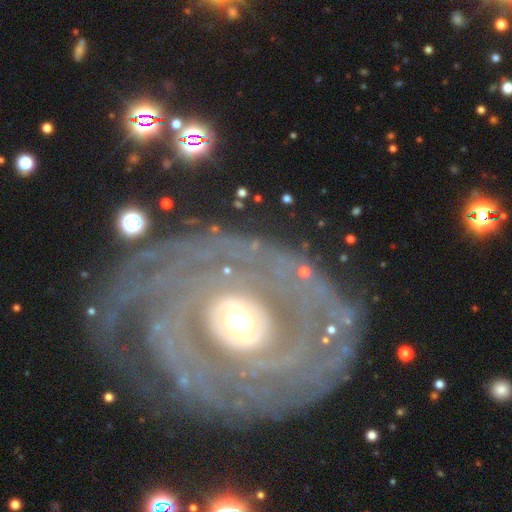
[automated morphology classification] A featured or disk galaxy (86%) with no bar (71%), tight (75%) spiral arms (87%) and a moderate central bulge (65%). Merging: none (74%).